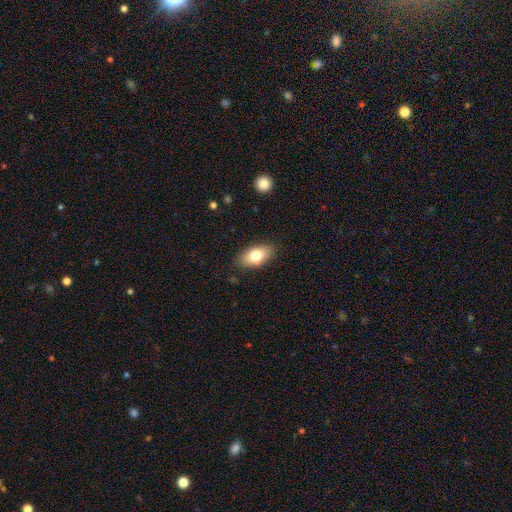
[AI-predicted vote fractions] smooth_or_featured: smooth (p=0.75) [alt: featured or disk p=0.17]
how_rounded: in between (p=0.89) [alt: round p=0.06]
merging: none (p=0.85) [alt: minor disturbance p=0.11]